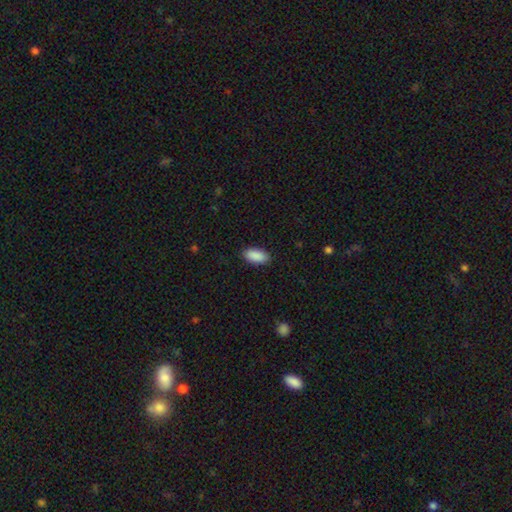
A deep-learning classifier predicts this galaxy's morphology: A smooth galaxy with no disk features (91%) that is in between round and cigar-shaped (92%). Merging: none (88%).